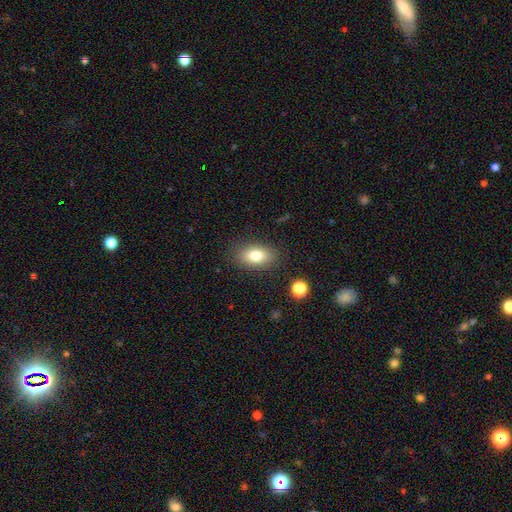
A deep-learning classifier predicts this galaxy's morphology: Smooth or featured: smooth — 80% (featured or disk — 11%)
How rounded: in between — 87% (round — 10%)
Merging: none — 85% (minor disturbance — 10%)